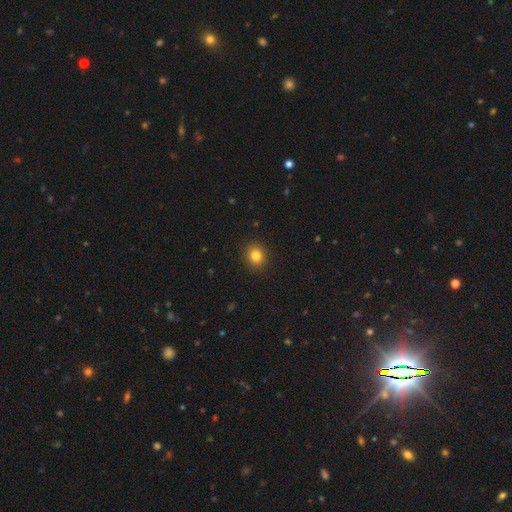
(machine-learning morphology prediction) smooth-or-featured: smooth: 83% | star or artifact: 11% | featured or disk: 5%
  how-rounded: round: 75% | in between: 24% | cigar-shaped: 1%
  merging: none: 90% | minor disturbance: 7% | major disturbance: 2% | merger: 1%